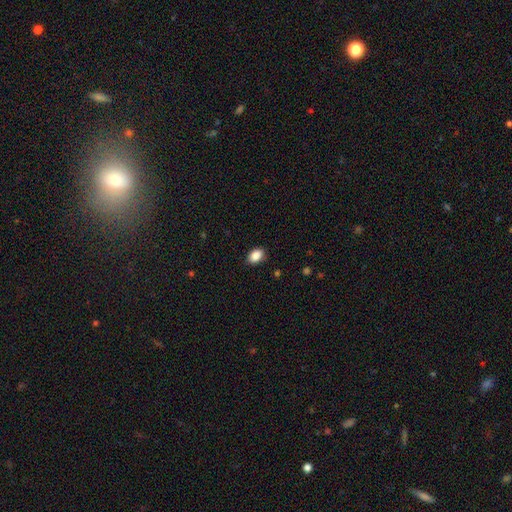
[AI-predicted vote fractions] Smooth or featured: smooth — 89% (star or artifact — 8%)
How rounded: in between — 85% (round — 13%)
Merging: none — 88% (minor disturbance — 9%)